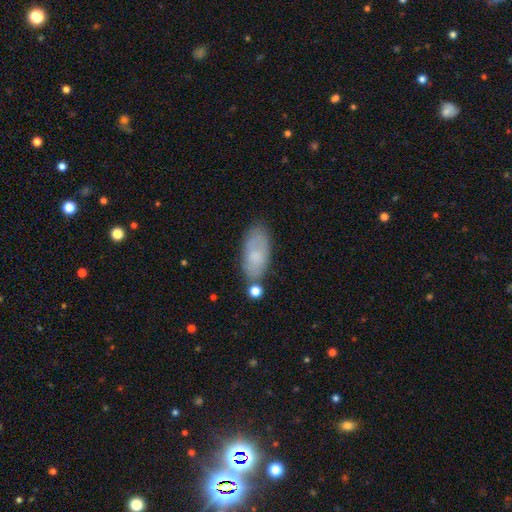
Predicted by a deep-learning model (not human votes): Smooth or featured? smooth (72%)
How rounded? in between (88%)
Merging? none (66%)